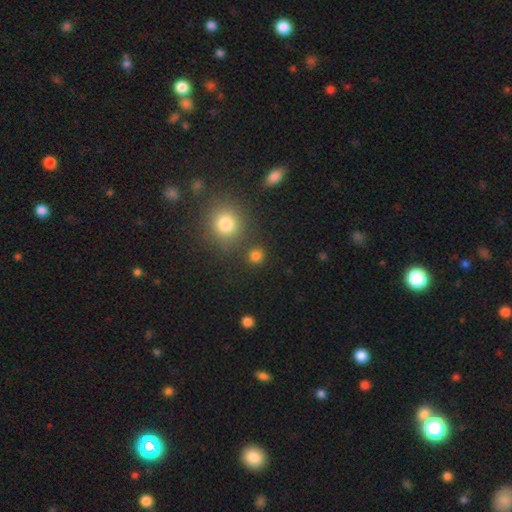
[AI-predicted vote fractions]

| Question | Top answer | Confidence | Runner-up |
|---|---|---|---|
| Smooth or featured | smooth | 79% | star or artifact (17%) |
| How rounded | round | 90% | in between (9%) |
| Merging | none | 82% | merger (8%) |